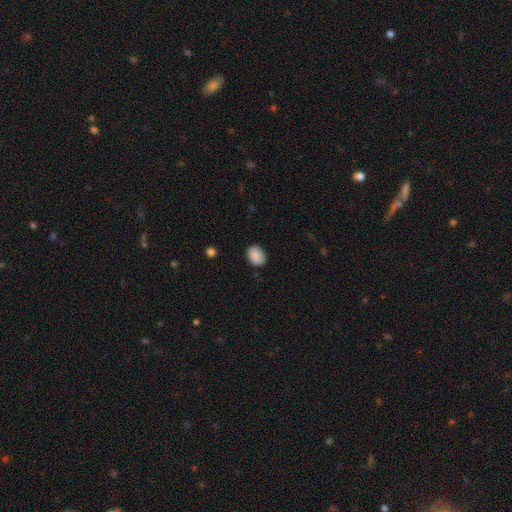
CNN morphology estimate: smooth_or_featured: smooth (p=0.88) [alt: star or artifact p=0.07]
how_rounded: in between (p=0.72) [alt: round p=0.27]
merging: none (p=0.81) [alt: minor disturbance p=0.15]